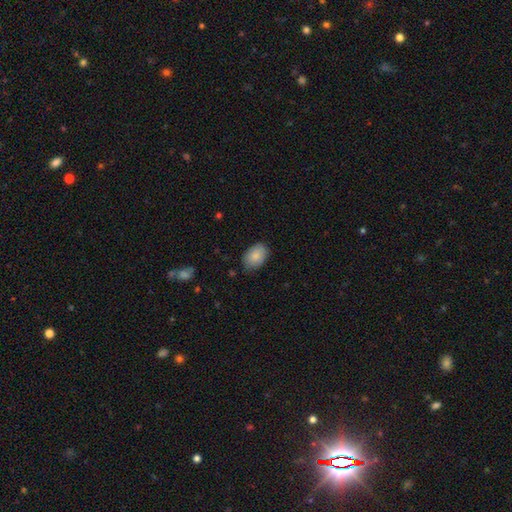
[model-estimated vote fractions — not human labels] smooth_or_featured: smooth (p=0.87) [alt: featured or disk p=0.07]
how_rounded: in between (p=0.87) [alt: round p=0.12]
merging: none (p=0.82) [alt: minor disturbance p=0.14]